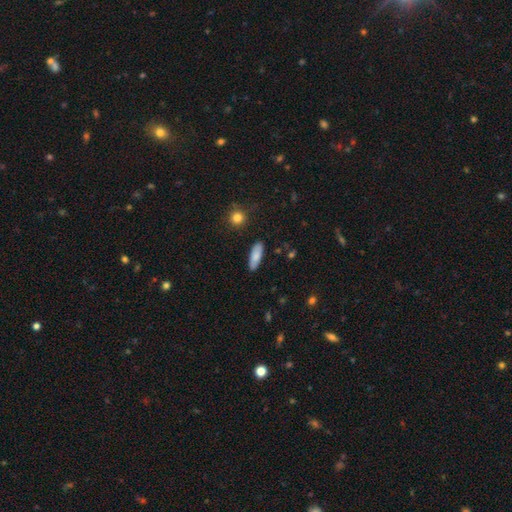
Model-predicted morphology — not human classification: A smooth galaxy with no disk features (83%) that is in between round and cigar-shaped (62%).

Vote fractions:
- Smooth or featured? smooth: 83% / featured or disk: 11% / star or artifact: 6%
- How rounded? in between: 62% / cigar-shaped: 36% / round: 2%
- Merging? none: 87% / minor disturbance: 10% / major disturbance: 2% / merger: 2%